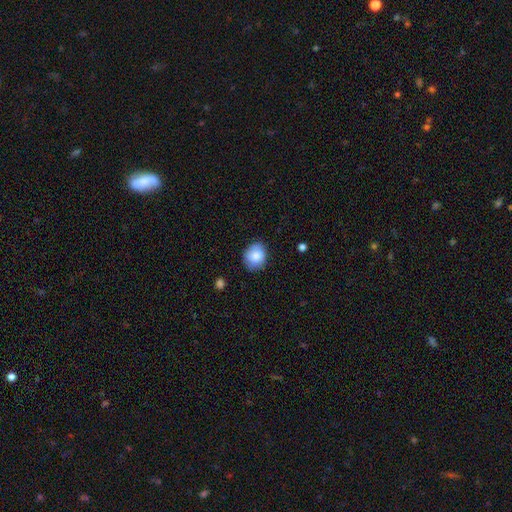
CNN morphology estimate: Overall: smooth (82%). How rounded: round (62%; in between 37%). Merging: none (78%).